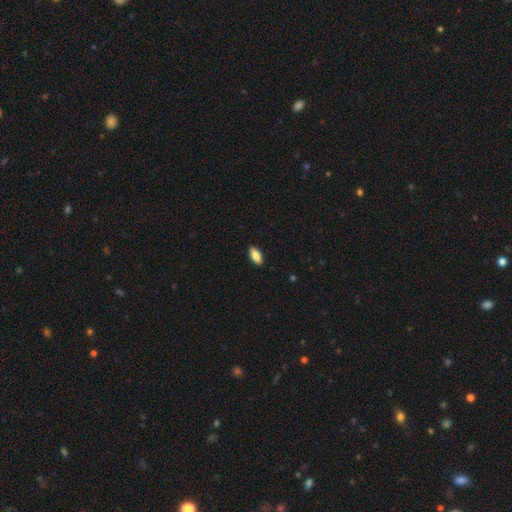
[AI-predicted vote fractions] This is clearly a smooth galaxy (82%). How rounded: clearly in between (88%). Merging: clearly none (90%).